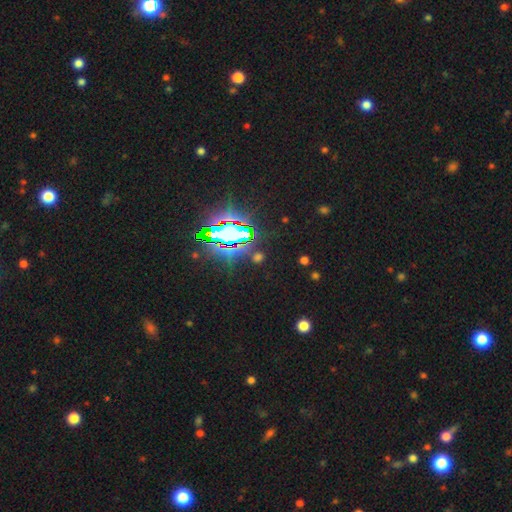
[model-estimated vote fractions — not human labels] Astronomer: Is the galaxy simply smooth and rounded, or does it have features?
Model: star or artifact — 76%.